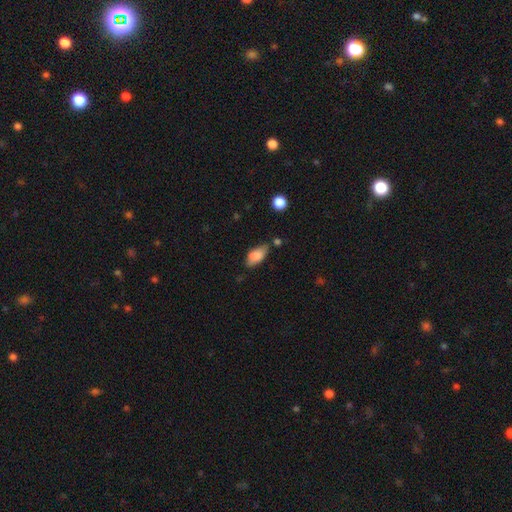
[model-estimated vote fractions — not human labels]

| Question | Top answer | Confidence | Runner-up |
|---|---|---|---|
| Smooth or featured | smooth | 82% | featured or disk (11%) |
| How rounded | in between | 88% | cigar-shaped (9%) |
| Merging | none | 59% | minor disturbance (27%) |